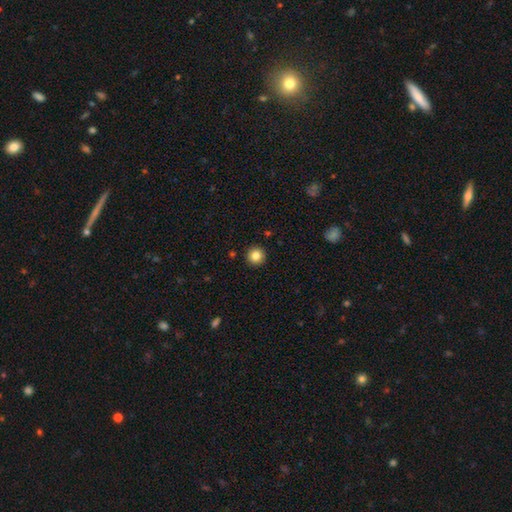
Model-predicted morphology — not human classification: Q: Smooth or featured?
A: smooth (84%); runner-up: star or artifact (10%)
Q: How rounded?
A: round (95%); runner-up: in between (4%)
Q: Merging?
A: none (93%); runner-up: minor disturbance (5%)